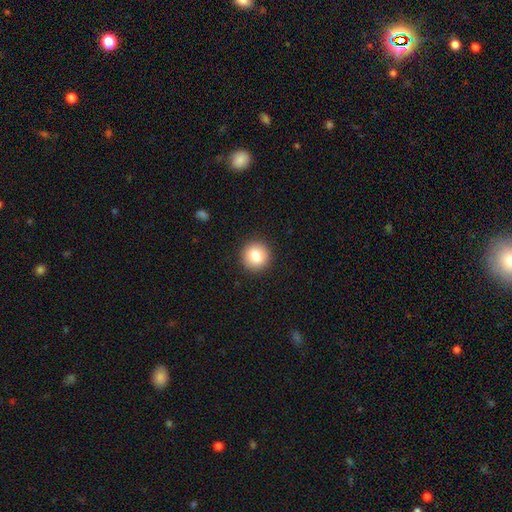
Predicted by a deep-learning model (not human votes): Overall: smooth (83%). How rounded: round (94%). Merging: none (92%).